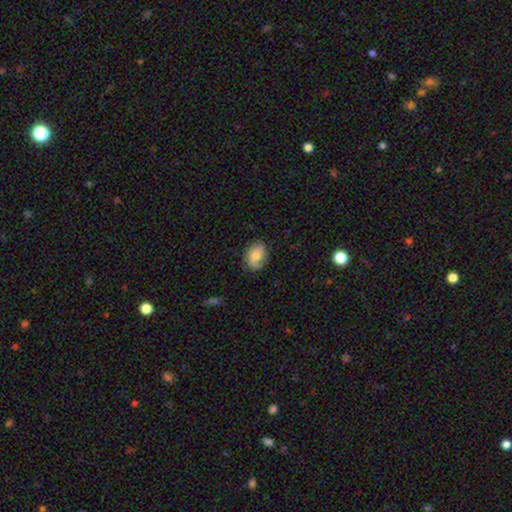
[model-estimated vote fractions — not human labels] This is likely a smooth galaxy (62%). How rounded: likely in between (67%). Merging: likely none (73%).